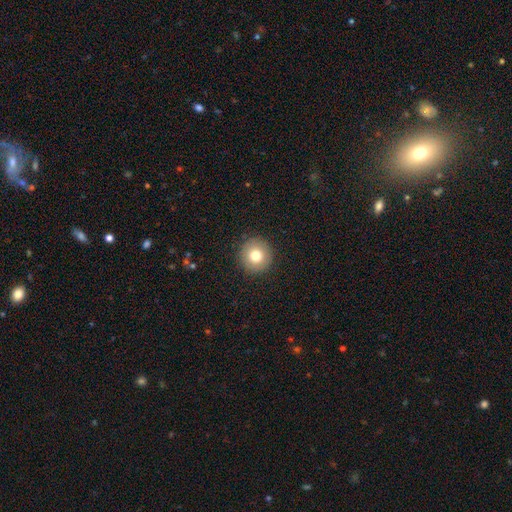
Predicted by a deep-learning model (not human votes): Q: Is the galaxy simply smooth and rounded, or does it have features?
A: smooth — 77%.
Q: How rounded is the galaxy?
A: round — 95%.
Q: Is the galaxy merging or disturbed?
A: none — 92%.